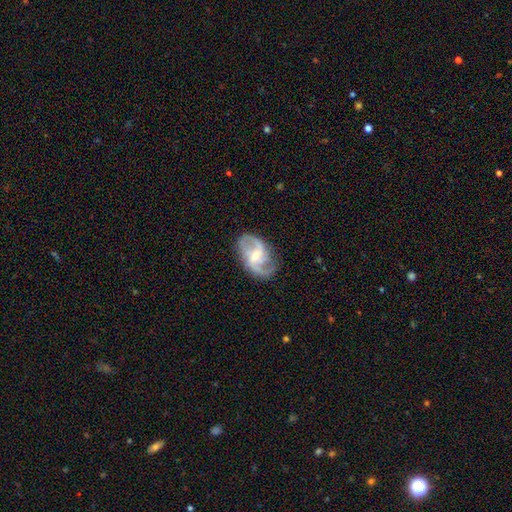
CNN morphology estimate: Q: Smooth or featured?
A: featured or disk (86%); runner-up: smooth (9%)
Q: Edge-on disk?
A: no (98%); runner-up: yes (2%)
Q: Bar?
A: weak (53%); runner-up: no (27%)
Q: Spiral arms?
A: yes (96%); runner-up: no (4%)
Q: Spiral winding?
A: medium (49%); runner-up: loose (38%)
Q: Spiral arm count?
A: 2 (79%); runner-up: 3 (9%)
Q: Bulge size?
A: small (56%); runner-up: moderate (37%)
Q: Merging?
A: none (73%); runner-up: minor disturbance (17%)